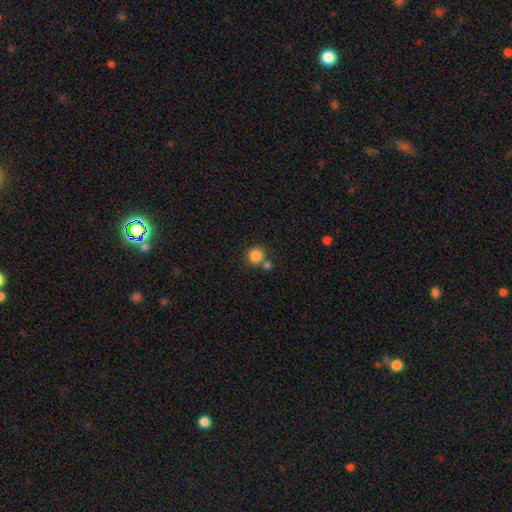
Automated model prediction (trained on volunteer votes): This is clearly a smooth galaxy (85%). How rounded: clearly round (92%). Merging: likely none (68%).